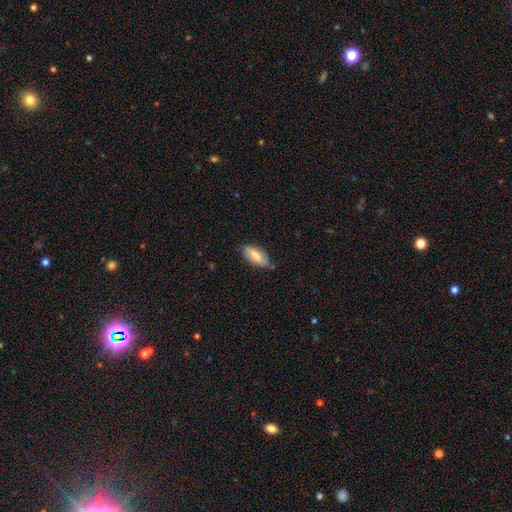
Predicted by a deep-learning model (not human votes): Overall: smooth (78%). How rounded: in between (82%). Merging: none (72%).